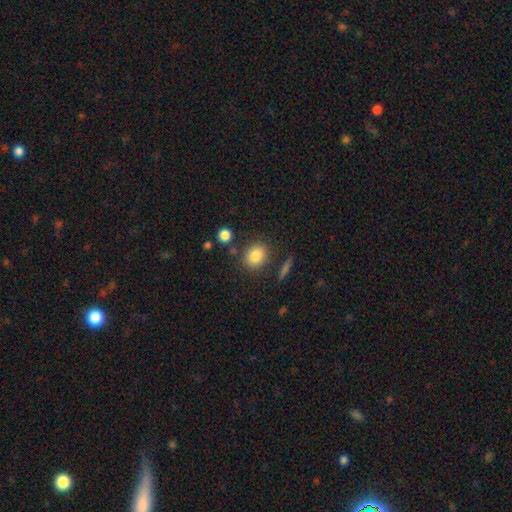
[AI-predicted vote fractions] Smooth or featured: smooth — 84% (star or artifact — 9%)
How rounded: round — 55% (in between — 43%)
Merging: none — 80% (minor disturbance — 11%)